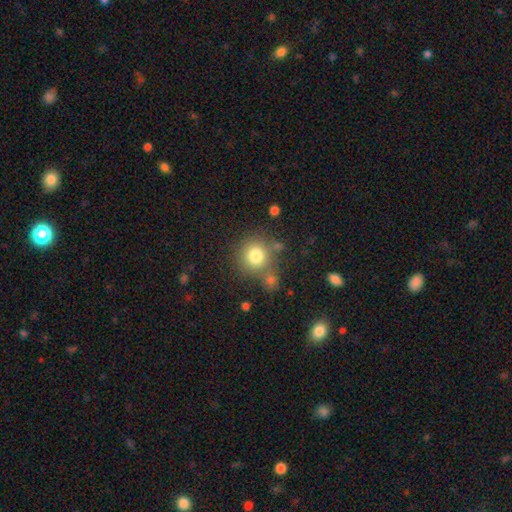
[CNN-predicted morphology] This appears to be a smooth galaxy with no disk features (79%) that is round (90%). Merging: none (67%).